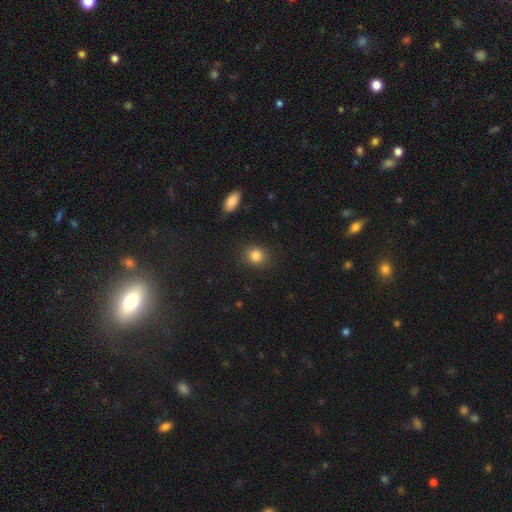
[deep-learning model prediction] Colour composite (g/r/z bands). It shows a smooth galaxy with no disk features (85%) that is round (75%). Merging: none (86%).